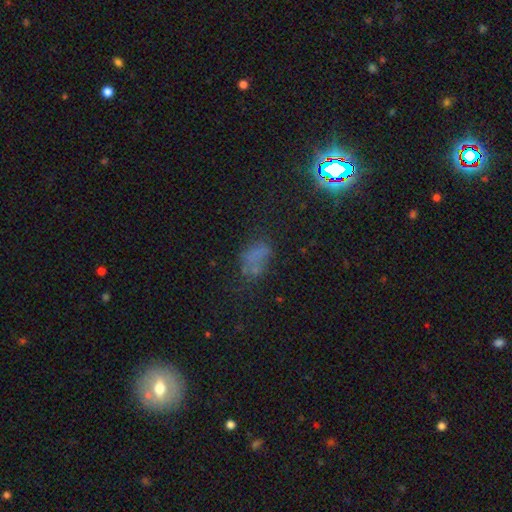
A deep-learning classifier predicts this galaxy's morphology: A smooth galaxy with no disk features (49%).

Vote fractions:
- Smooth or featured? smooth: 49% / star or artifact: 30% / featured or disk: 22%
- Merging? none: 46% / minor disturbance: 23% / major disturbance: 21% / merger: 10%